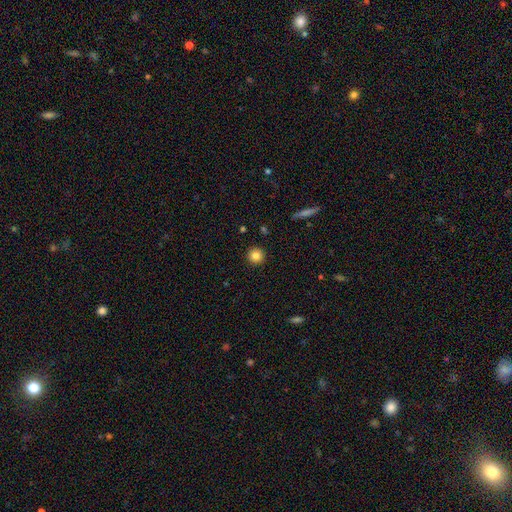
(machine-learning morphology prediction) smooth 83%, star or artifact 11%, featured or disk 6%. Down the decision tree: how rounded — round (95%); merging — none (93%).